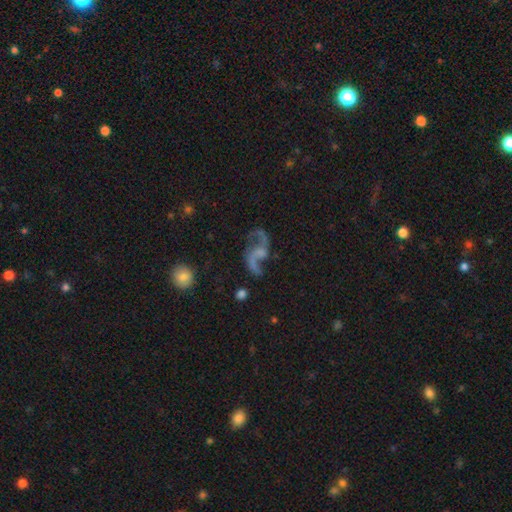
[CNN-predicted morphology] Overall: featured or disk (84%). Edge-on disk: no (97%). Bar: no (50%; weak 38%). Spiral arms: yes (94%). Spiral arm count: 2 (91%). Spiral winding: loose (80%). Bulge size: none (48%; small 29%). Merging: none (60%).